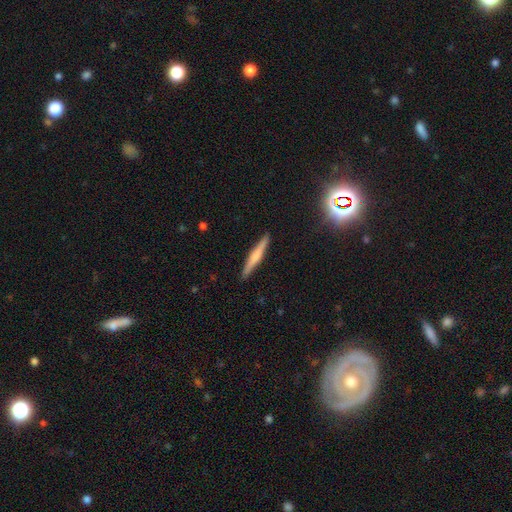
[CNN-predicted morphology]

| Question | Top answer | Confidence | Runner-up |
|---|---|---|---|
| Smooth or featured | featured or disk | 48% | smooth (46%) |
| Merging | none | 91% | minor disturbance (7%) |